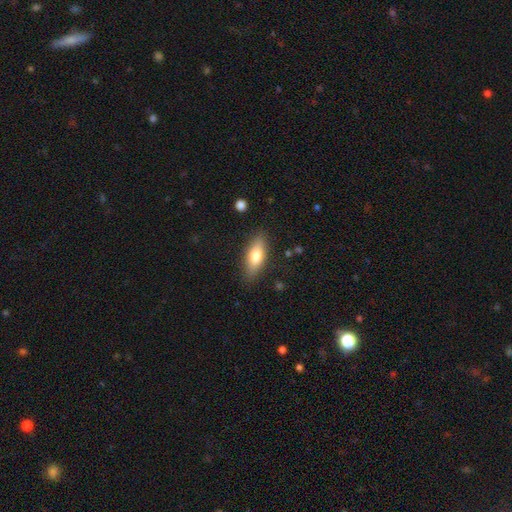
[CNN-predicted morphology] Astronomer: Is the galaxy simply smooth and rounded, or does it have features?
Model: smooth — 73%.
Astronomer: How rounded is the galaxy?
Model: in between — 68%.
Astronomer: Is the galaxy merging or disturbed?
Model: none — 85%.